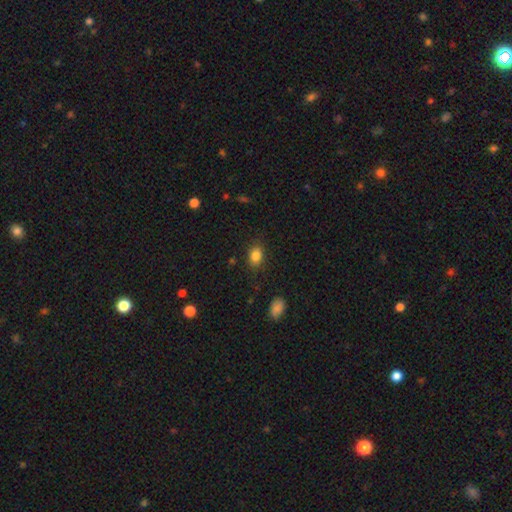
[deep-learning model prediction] This is clearly a smooth galaxy (85%). How rounded: likely in between (73%). Merging: clearly none (85%).